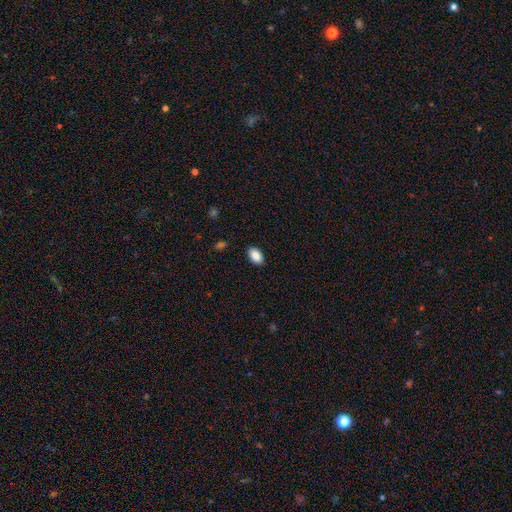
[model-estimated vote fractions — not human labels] This appears to be a smooth galaxy with no disk features (89%) that is in between round and cigar-shaped (93%). Merging: none (89%).